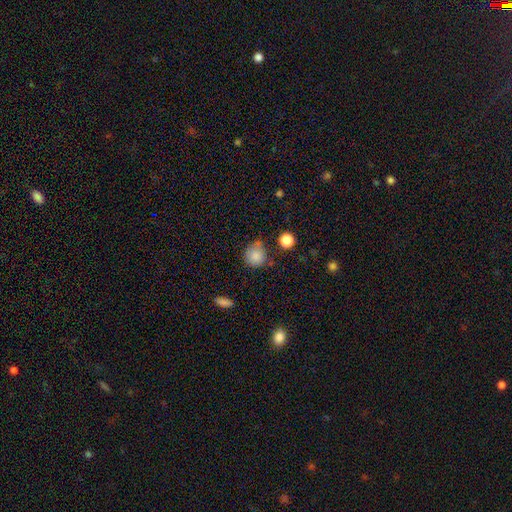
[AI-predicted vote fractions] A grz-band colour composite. It shows a smooth galaxy with no disk features (84%) that is round (84%). Merging: none (58%).